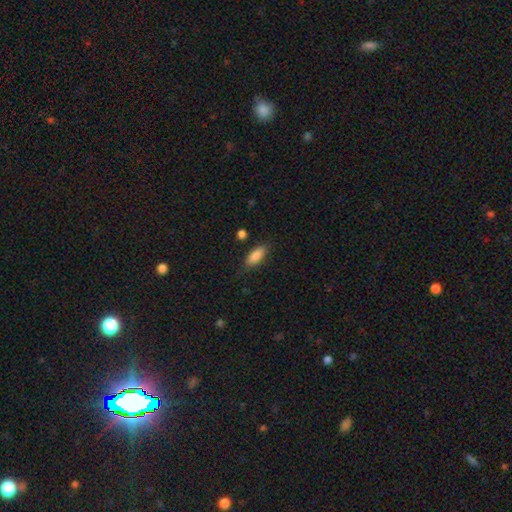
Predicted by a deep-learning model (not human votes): Q: Smooth or featured?
A: smooth (86%); runner-up: featured or disk (7%)
Q: How rounded?
A: in between (78%); runner-up: cigar-shaped (20%)
Q: Merging?
A: none (81%); runner-up: minor disturbance (14%)